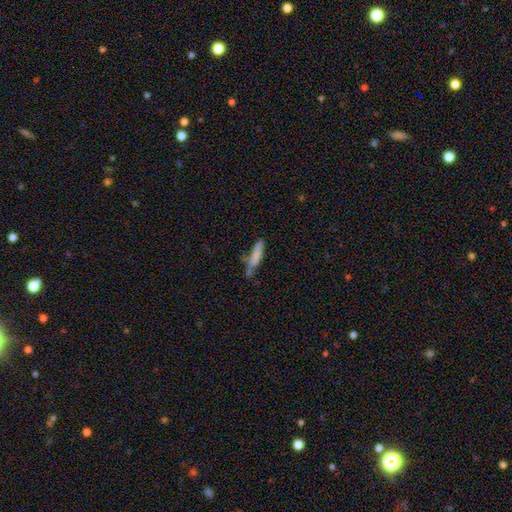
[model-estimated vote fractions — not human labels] Smooth or featured? smooth (77%)
How rounded? cigar-shaped (76%)
Merging? none (48%)